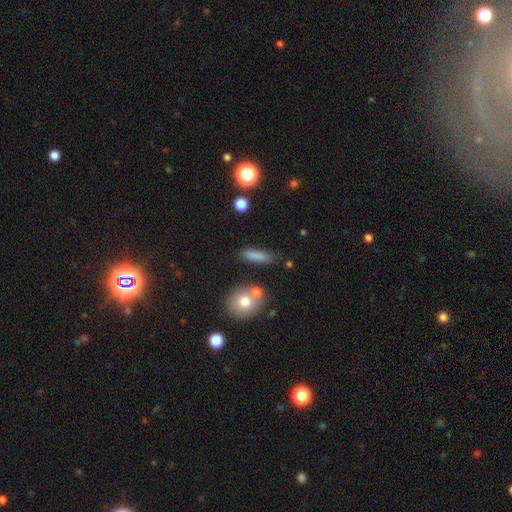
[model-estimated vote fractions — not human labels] Smooth or featured?
  - smooth: 80% *
  - featured or disk: 11%
  - star or artifact: 9%
How rounded?
  - cigar-shaped: 66% *
  - in between: 29%
  - round: 4%
Merging?
  - none: 73% *
  - minor disturbance: 15%
  - merger: 7%
  - major disturbance: 5%